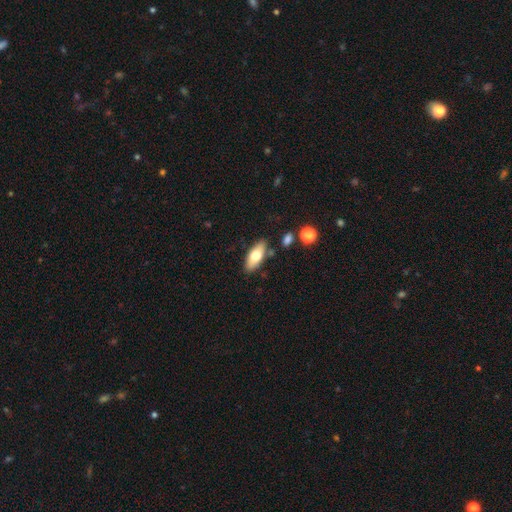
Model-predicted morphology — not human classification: type=smooth (69%); roundness=in between (78%); merging=none (80%).